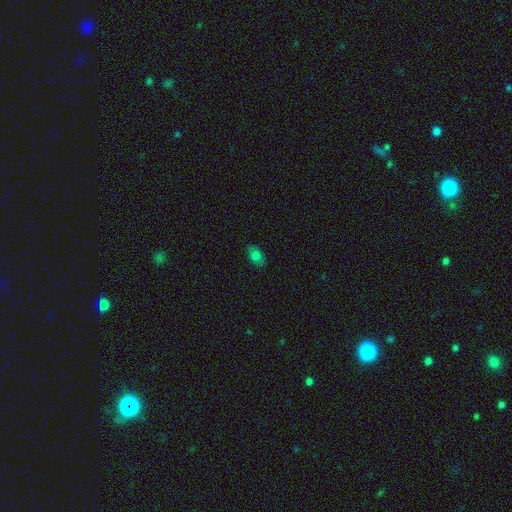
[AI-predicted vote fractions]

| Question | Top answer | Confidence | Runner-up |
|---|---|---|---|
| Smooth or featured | smooth | 76% | star or artifact (12%) |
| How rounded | in between | 85% | round (13%) |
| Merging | none | 80% | minor disturbance (16%) |